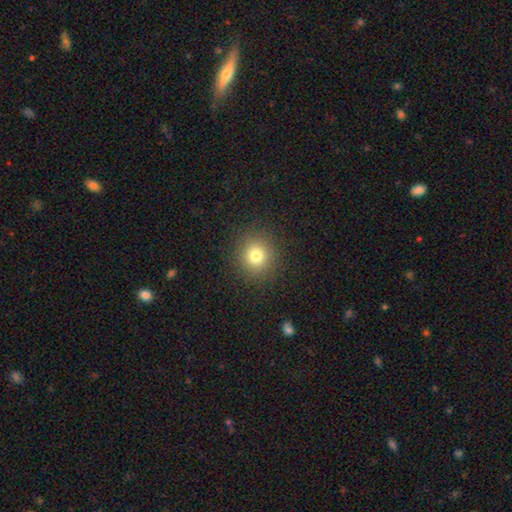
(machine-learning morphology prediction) The model was most divided on "smooth or featured": smooth: 78%, star or artifact: 14%, featured or disk: 8%. More confident: merging — none (89%); how rounded — round (87%).